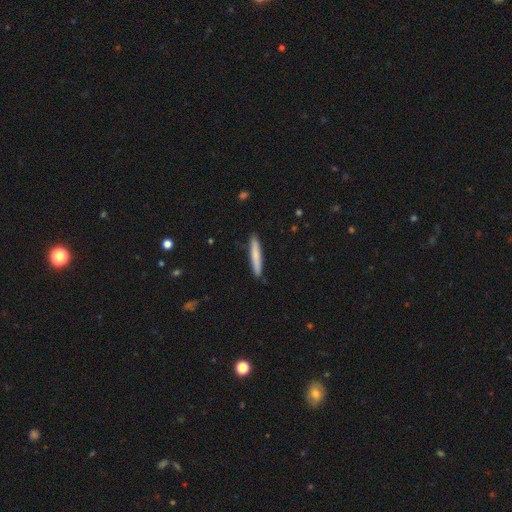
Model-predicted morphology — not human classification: smooth_or_featured: smooth (p=0.75) [alt: featured or disk p=0.20]
how_rounded: cigar-shaped (p=0.95) [alt: in between p=0.04]
merging: none (p=0.90) [alt: minor disturbance p=0.07]